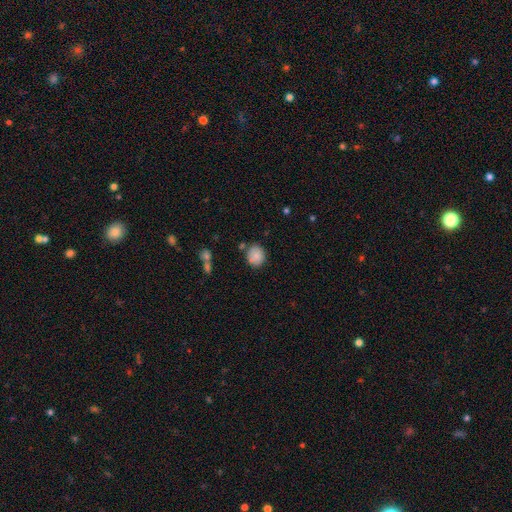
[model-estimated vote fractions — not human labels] smooth_or_featured: smooth (p=0.84) [alt: star or artifact p=0.09]
how_rounded: round (p=0.70) [alt: in between p=0.29]
merging: none (p=0.74) [alt: minor disturbance p=0.16]